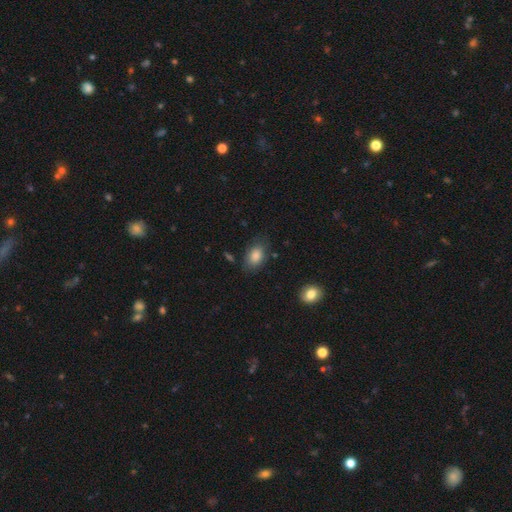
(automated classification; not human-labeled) Morphology: type=smooth (85%); roundness=in between (85%); merging=none (74%).